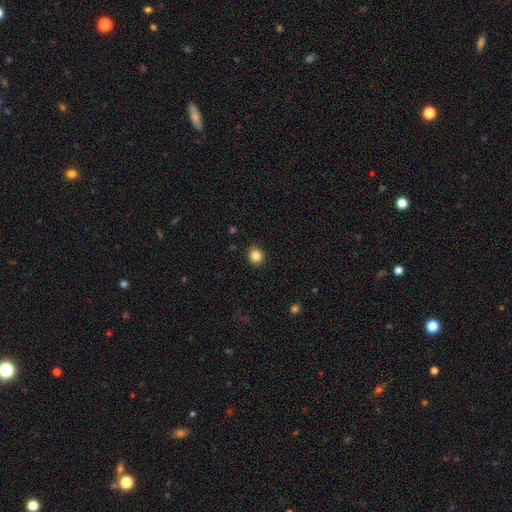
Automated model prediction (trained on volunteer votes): Smooth or featured?
  - smooth: 85% *
  - star or artifact: 10%
  - featured or disk: 5%
How rounded?
  - round: 77% *
  - in between: 22%
  - cigar-shaped: 1%
Merging?
  - none: 90% *
  - minor disturbance: 7%
  - major disturbance: 2%
  - merger: 1%